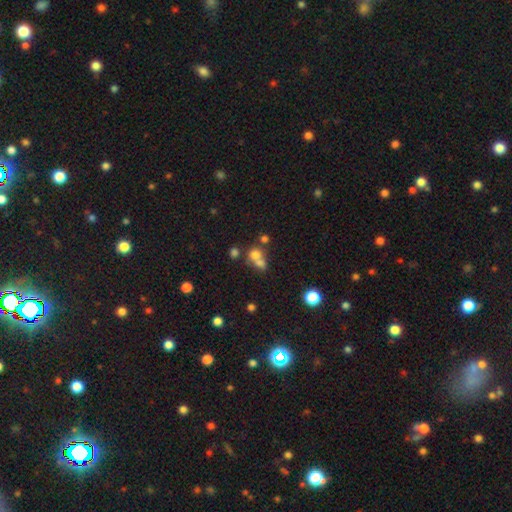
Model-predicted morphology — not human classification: Q: Smooth or featured?
A: smooth (68%); runner-up: star or artifact (17%)
Q: How rounded?
A: round (78%); runner-up: in between (20%)
Q: Merging?
A: merger (54%); runner-up: none (35%)